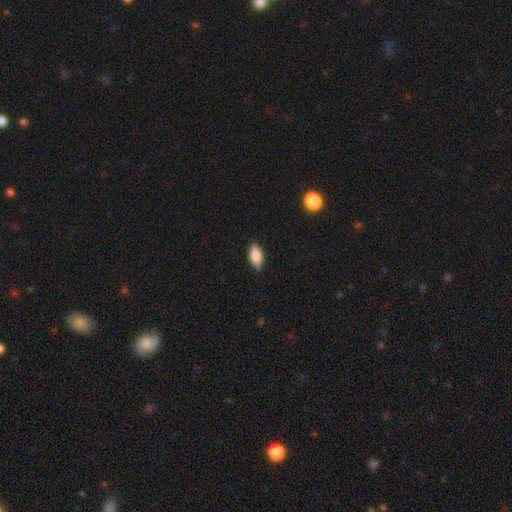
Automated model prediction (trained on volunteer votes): Morphology: type=smooth (85%); roundness=in between (88%); merging=none (87%).